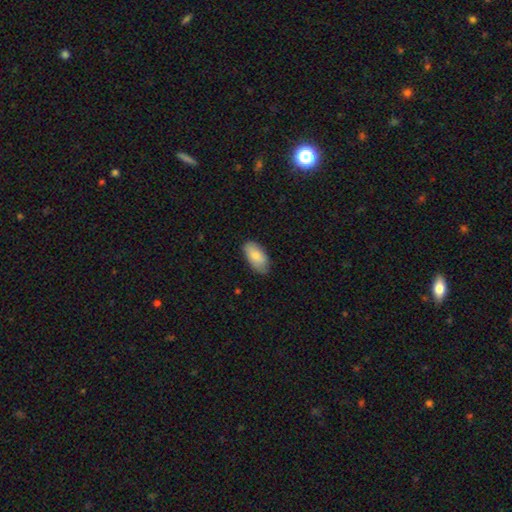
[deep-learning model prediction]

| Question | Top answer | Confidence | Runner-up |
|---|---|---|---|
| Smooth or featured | smooth | 82% | featured or disk (12%) |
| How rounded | in between | 93% | cigar-shaped (4%) |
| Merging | none | 79% | minor disturbance (18%) |